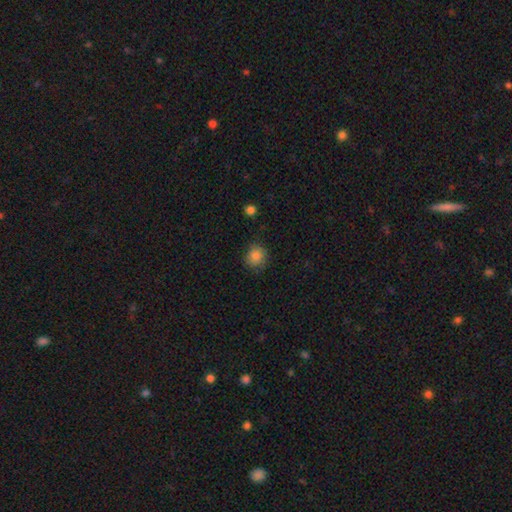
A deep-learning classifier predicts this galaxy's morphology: smooth_or_featured: smooth (p=0.85) [alt: star or artifact p=0.10]
how_rounded: round (p=0.84) [alt: in between p=0.15]
merging: none (p=0.79) [alt: minor disturbance p=0.16]